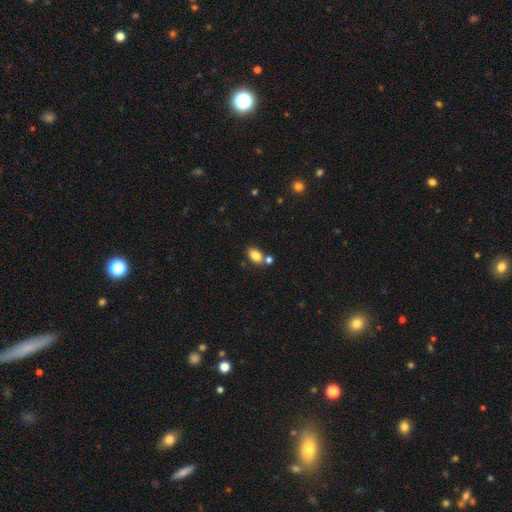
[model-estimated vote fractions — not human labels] Smooth or featured?
  - smooth: 84% *
  - star or artifact: 9%
  - featured or disk: 8%
How rounded?
  - in between: 85% *
  - round: 13%
  - cigar-shaped: 2%
Merging?
  - none: 58% *
  - merger: 27%
  - minor disturbance: 12%
  - major disturbance: 4%